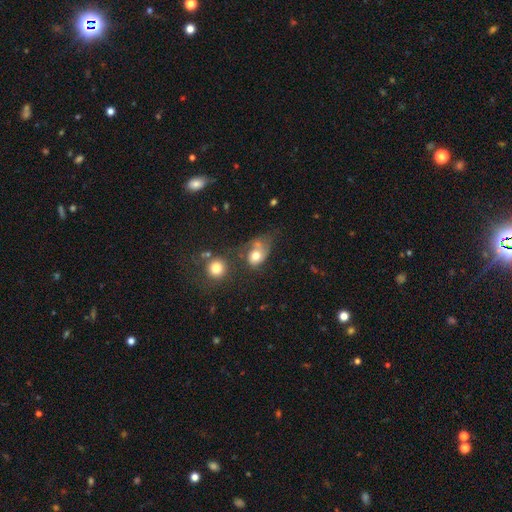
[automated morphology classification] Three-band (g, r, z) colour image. It shows a smooth galaxy with no disk features (60%) that is in between round and cigar-shaped (62%). Merging: major disturbance (30%).